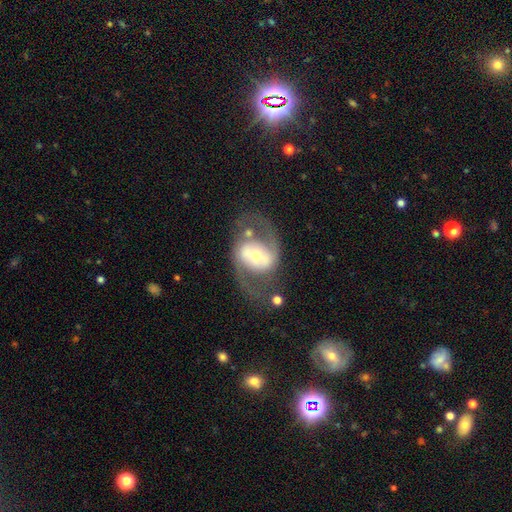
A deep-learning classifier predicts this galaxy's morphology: Smooth or featured?
  - featured or disk: 85% *
  - smooth: 10%
  - star or artifact: 6%
Edge-on disk?
  - no: 97% *
  - yes: 3%
Bar?
  - weak: 36% *
  - strong: 33%
  - no: 32%
Spiral arms?
  - yes: 91% *
  - no: 9%
Spiral winding?
  - medium: 52% *
  - loose: 34%
  - tight: 14%
Spiral arm count?
  - 2: 91% *
  - can't tell: 4%
  - 1: 2%
  - 3: 1%
  - 4: 1%
  - more than 4: 1%
Bulge size?
  - moderate: 51% *
  - small: 34%
  - large: 11%
  - dominant: 2%
  - none: 1%
Merging?
  - none: 66% *
  - minor disturbance: 14%
  - major disturbance: 14%
  - merger: 5%